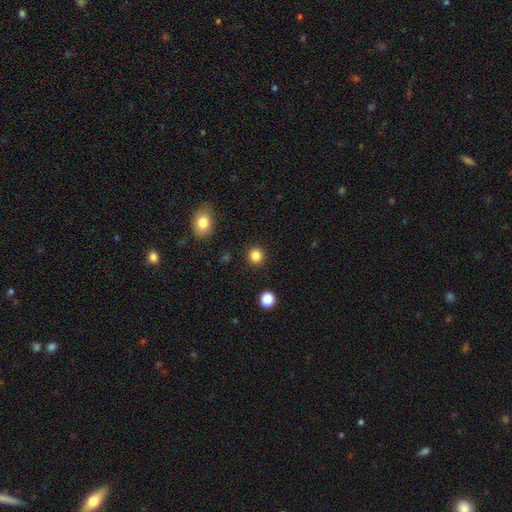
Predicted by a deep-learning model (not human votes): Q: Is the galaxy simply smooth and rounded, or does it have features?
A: smooth — 85%.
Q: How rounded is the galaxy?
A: round — 90%.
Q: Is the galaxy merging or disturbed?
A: none — 92%.